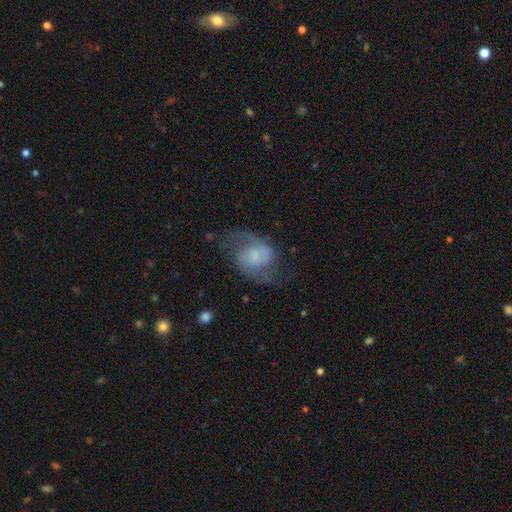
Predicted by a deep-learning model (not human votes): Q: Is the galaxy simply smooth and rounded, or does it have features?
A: featured or disk — 72%.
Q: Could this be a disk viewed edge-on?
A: no — 97%.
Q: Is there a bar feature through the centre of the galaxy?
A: no — 48%.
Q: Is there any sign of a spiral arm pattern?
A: yes — 89%.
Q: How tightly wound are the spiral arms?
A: medium — 46%.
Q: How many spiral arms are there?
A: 2 — 87%.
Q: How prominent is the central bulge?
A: small — 32%.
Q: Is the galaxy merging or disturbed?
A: none — 58%.